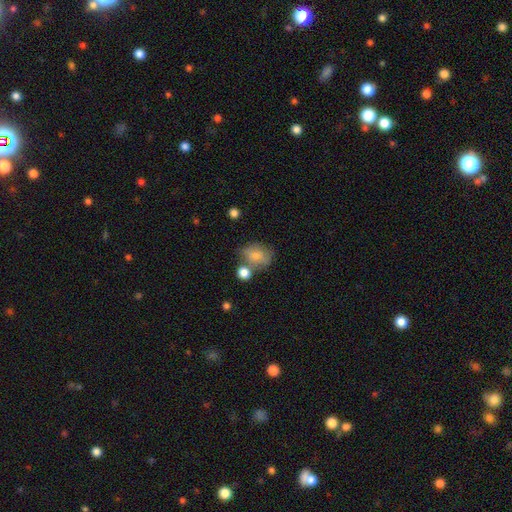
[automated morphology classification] smooth-or-featured: smooth: 71% | featured or disk: 18% | star or artifact: 11%
  how-rounded: in between: 60% | round: 39% | cigar-shaped: 2%
  merging: none: 51% | minor disturbance: 21% | merger: 20% | major disturbance: 8%